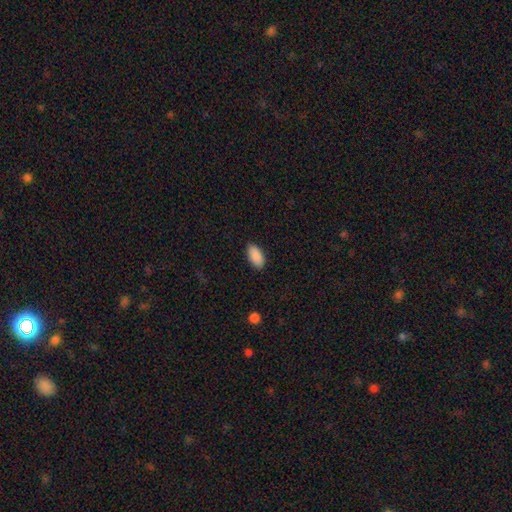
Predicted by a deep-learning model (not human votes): A smooth galaxy with no disk features (90%) that is in between round and cigar-shaped (94%).

Vote fractions:
- Smooth or featured? smooth: 90% / star or artifact: 7% / featured or disk: 3%
- How rounded? in between: 94% / cigar-shaped: 3% / round: 3%
- Merging? none: 88% / minor disturbance: 9% / major disturbance: 2% / merger: 1%